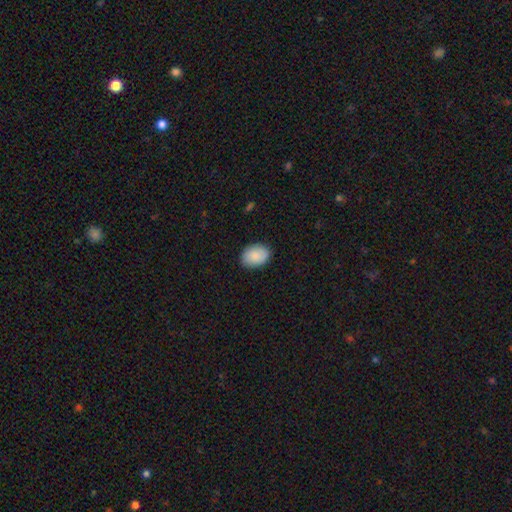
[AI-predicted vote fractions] smooth_or_featured: smooth (p=0.89) [alt: star or artifact p=0.06]
how_rounded: in between (p=0.77) [alt: round p=0.22]
merging: none (p=0.86) [alt: minor disturbance p=0.11]